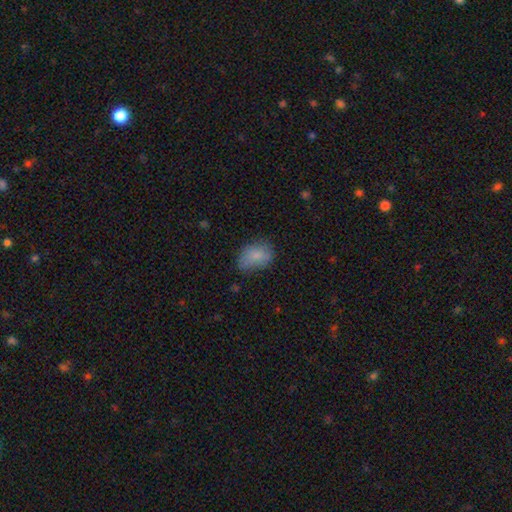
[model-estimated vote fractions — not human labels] A smooth galaxy with no disk features (82%) that is in between round and cigar-shaped (81%). Merging: none (60%).